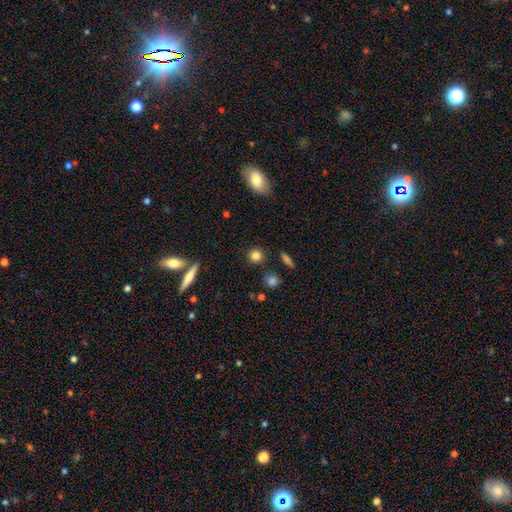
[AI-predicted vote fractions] Smooth or featured? Predicted: smooth (p=0.83). How rounded? Predicted: round (p=0.88). Merging? Predicted: none (p=0.86).